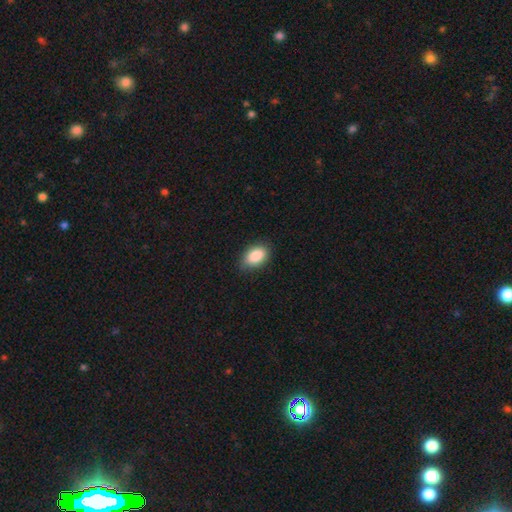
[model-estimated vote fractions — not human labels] Smooth or featured? Predicted: smooth (p=0.89). How rounded? Predicted: in between (p=0.90). Merging? Predicted: none (p=0.83).